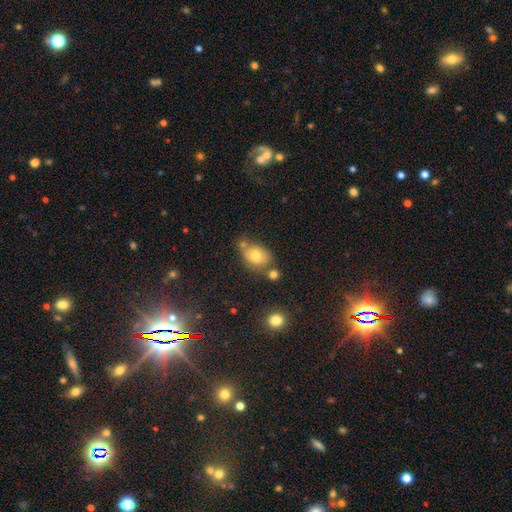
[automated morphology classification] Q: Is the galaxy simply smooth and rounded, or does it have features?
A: smooth — 68%.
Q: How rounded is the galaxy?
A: in between — 71%.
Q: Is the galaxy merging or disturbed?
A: none — 55%.